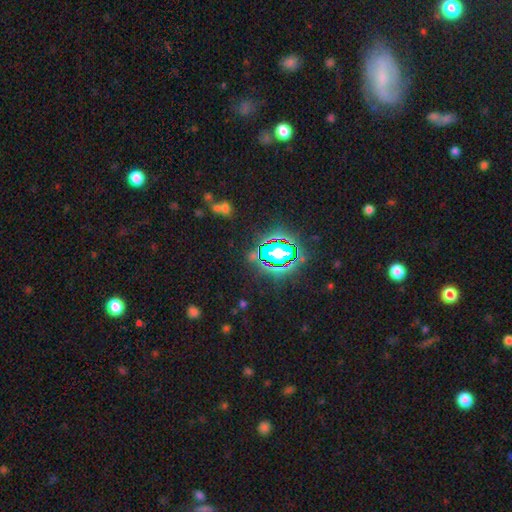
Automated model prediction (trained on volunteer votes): Overall: star or artifact (73%).